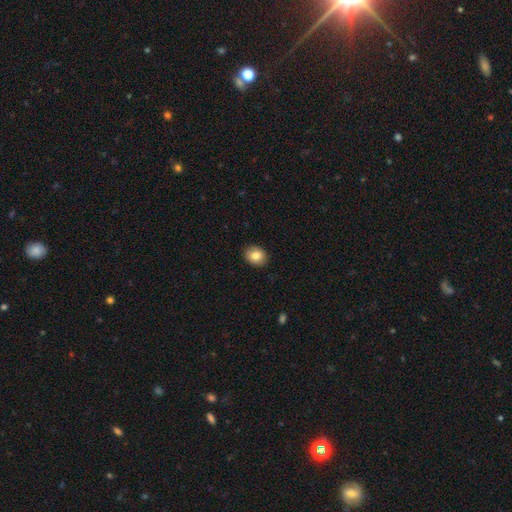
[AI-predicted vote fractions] Smooth or featured: smooth — 82% (featured or disk — 9%)
How rounded: round — 52% (in between — 47%)
Merging: none — 91% (minor disturbance — 7%)